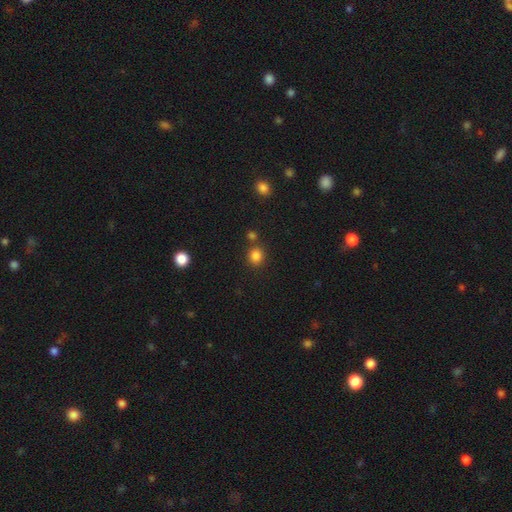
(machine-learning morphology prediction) Overall: smooth (83%). How rounded: round (84%). Merging: none (77%).